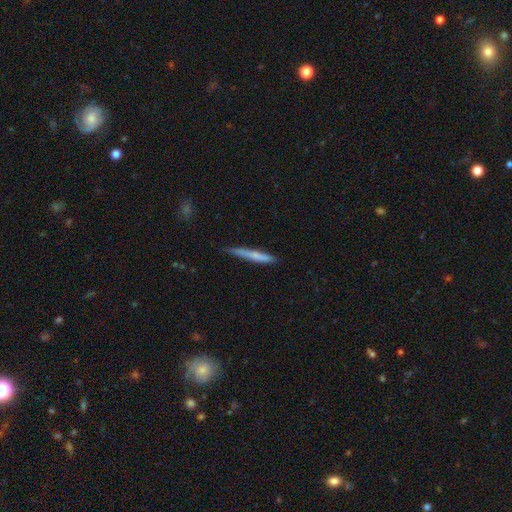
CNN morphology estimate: smooth 66%, featured or disk 28%, star or artifact 6%. Down the decision tree: how rounded — cigar-shaped (96%); merging — none (75%).